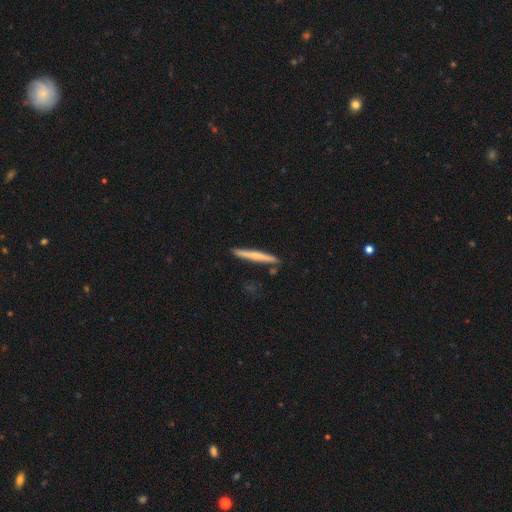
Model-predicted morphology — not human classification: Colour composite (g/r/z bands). It shows a smooth galaxy with no disk features (52%) that is cigar-shaped (96%). Merging: none (87%).